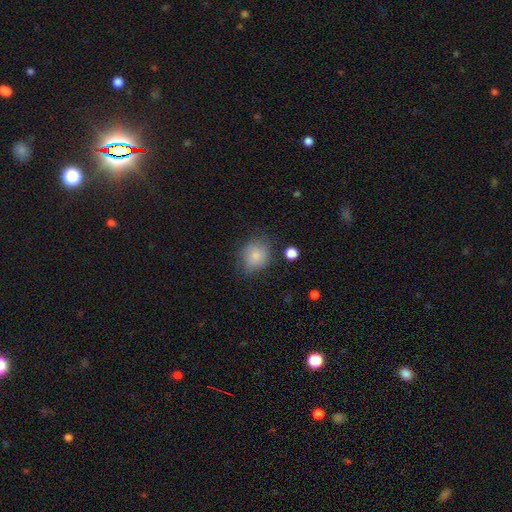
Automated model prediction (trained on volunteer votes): smooth-or-featured: smooth: 81% | featured or disk: 9% | star or artifact: 9%
  how-rounded: round: 64% | in between: 35% | cigar-shaped: 1%
  merging: none: 63% | minor disturbance: 25% | major disturbance: 8% | merger: 4%